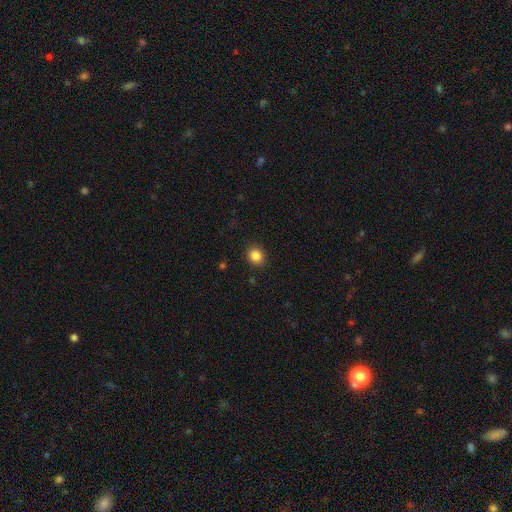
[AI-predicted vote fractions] This is clearly a smooth galaxy (85%). How rounded: likely round (70%). Merging: clearly none (89%).